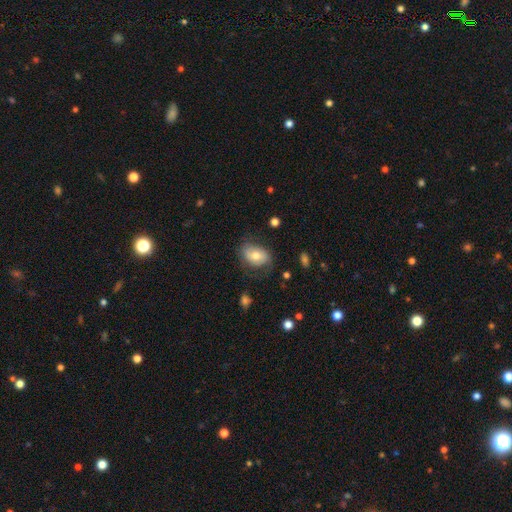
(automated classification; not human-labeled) Smooth or featured: smooth — 66% (featured or disk — 26%)
How rounded: in between — 82% (round — 17%)
Merging: none — 62% (minor disturbance — 25%)